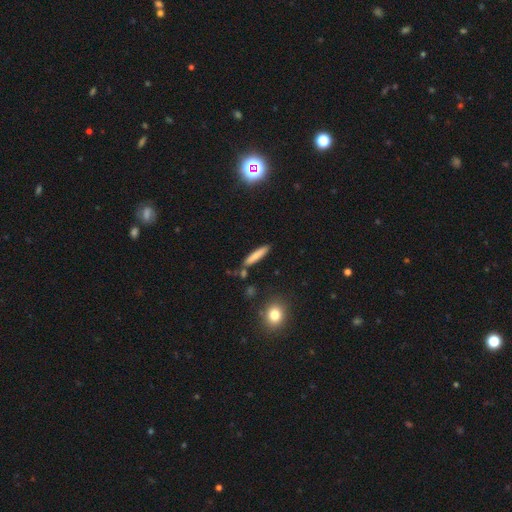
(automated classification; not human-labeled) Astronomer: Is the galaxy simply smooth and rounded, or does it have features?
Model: smooth — 78%.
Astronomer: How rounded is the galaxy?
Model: cigar-shaped — 88%.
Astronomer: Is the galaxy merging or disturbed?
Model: none — 81%.